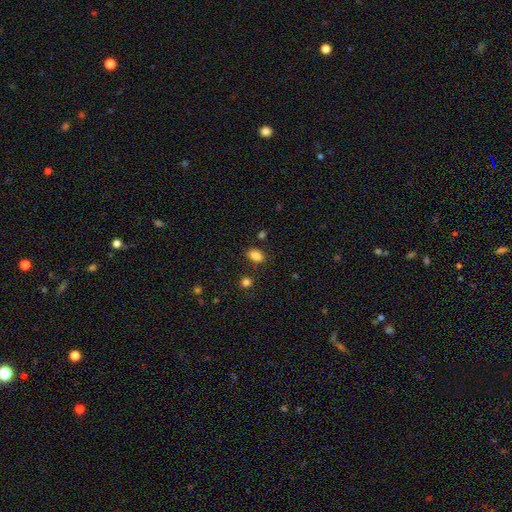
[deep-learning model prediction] smooth-or-featured: smooth: 86% | star or artifact: 11% | featured or disk: 4%
  how-rounded: in between: 86% | round: 12% | cigar-shaped: 2%
  merging: none: 80% | minor disturbance: 13% | merger: 4% | major disturbance: 3%